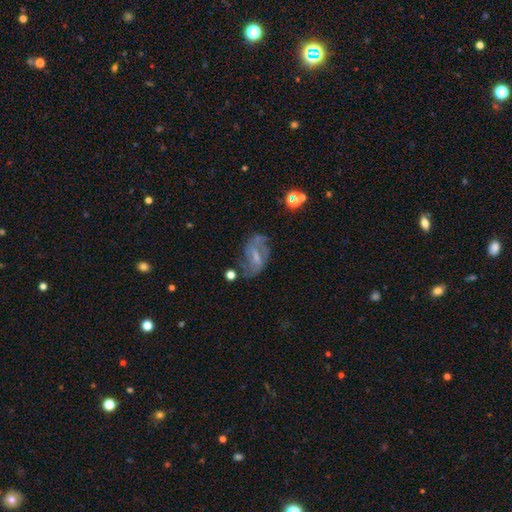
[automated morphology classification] type=featured or disk (61%); edge-on=no (94%); bar=weak (50%); spiral arms=yes (64%); bulge=small (43%); merging=none (52%).